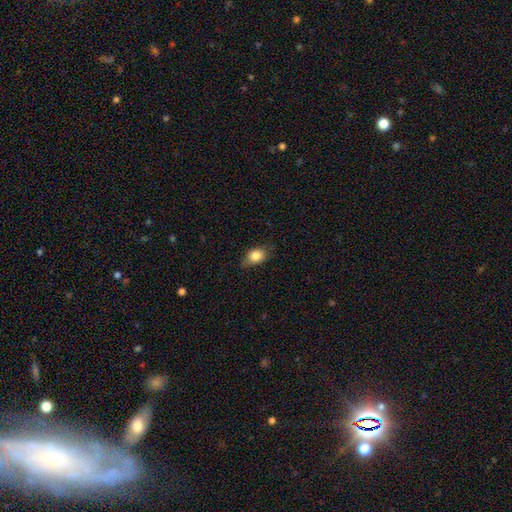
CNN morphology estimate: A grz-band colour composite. It shows a smooth galaxy with no disk features (81%) that is in between round and cigar-shaped (72%). Merging: none (70%).